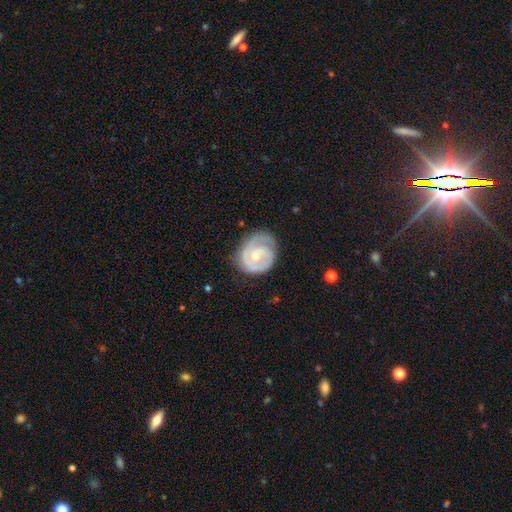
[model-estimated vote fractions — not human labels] featured or disk 76%, smooth 19%, star or artifact 5%. Down the decision tree: edge-on disk — no (98%); bar — no (63%); spiral arms — yes (91%); spiral arm count — 2 (47%); spiral winding — tight (62%); bulge size — small (50%); merging — none (66%).